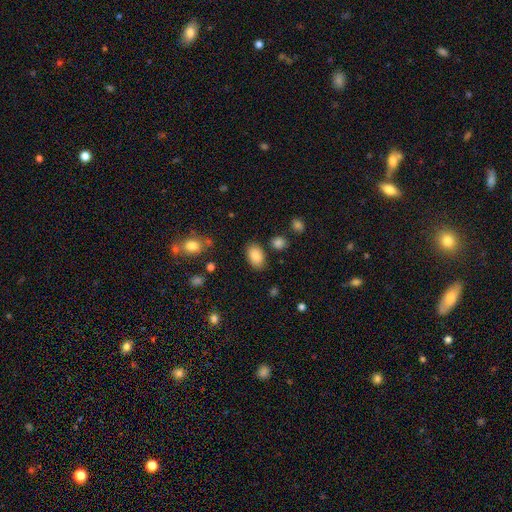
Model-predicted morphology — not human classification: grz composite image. It shows a smooth galaxy with no disk features (87%) that is in between round and cigar-shaped (91%). Merging: none (82%).